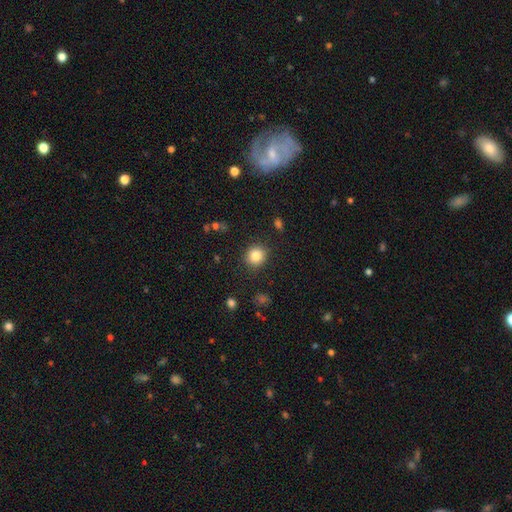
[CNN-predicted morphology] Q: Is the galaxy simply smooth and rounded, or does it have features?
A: smooth — 84%.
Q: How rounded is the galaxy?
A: round — 85%.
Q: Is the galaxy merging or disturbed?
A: none — 88%.